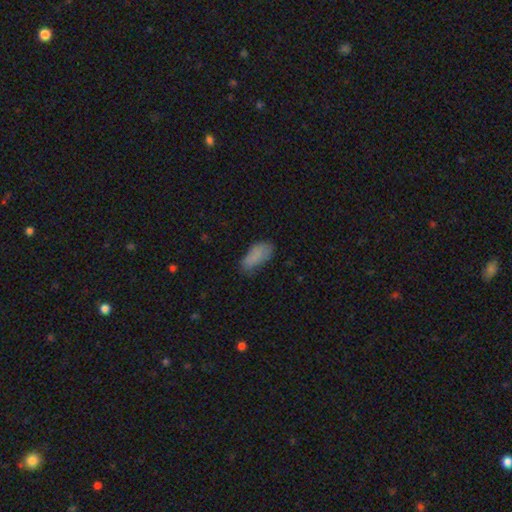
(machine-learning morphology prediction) A smooth galaxy with no disk features (82%) that is in between round and cigar-shaped (88%). Merging: none (57%).